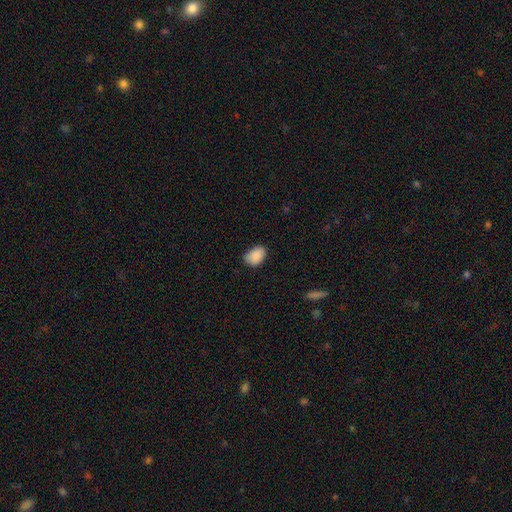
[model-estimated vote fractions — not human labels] A smooth galaxy with no disk features (89%) that is in between round and cigar-shaped (84%). Merging: none (74%).